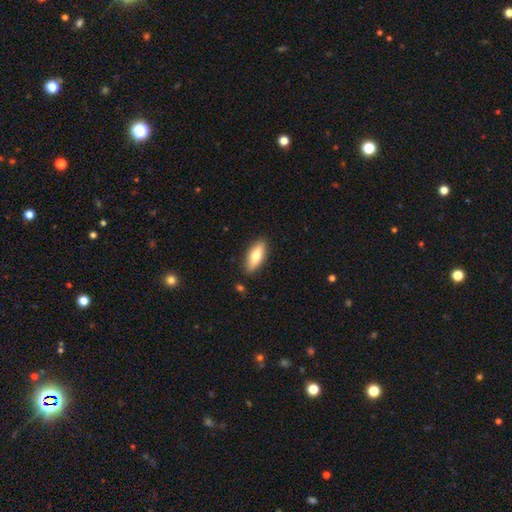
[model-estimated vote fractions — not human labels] smooth 70%, featured or disk 24%, star or artifact 6%. Down the decision tree: how rounded — in between (70%); merging — none (85%).